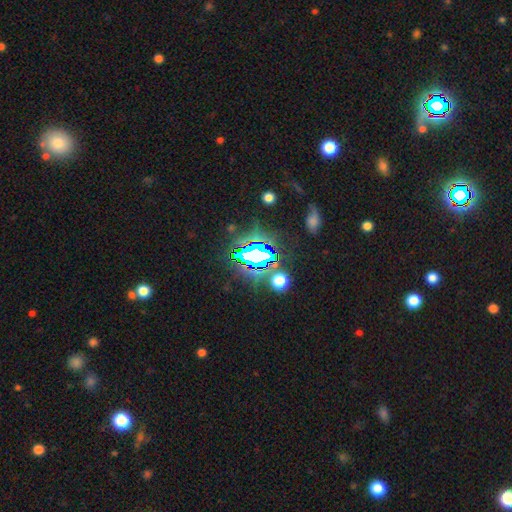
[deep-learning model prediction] Smooth or featured?
  - star or artifact: 71% *
  - smooth: 17%
  - featured or disk: 12%